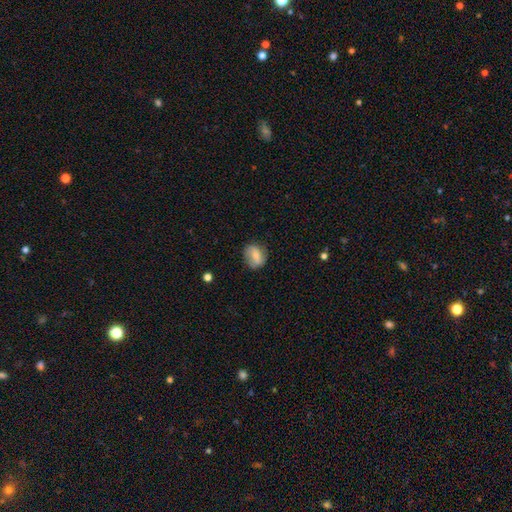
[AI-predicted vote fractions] Smooth or featured?
  - smooth: 66% *
  - featured or disk: 26%
  - star or artifact: 8%
How rounded?
  - round: 52% *
  - in between: 46%
  - cigar-shaped: 2%
Merging?
  - none: 73% *
  - minor disturbance: 20%
  - major disturbance: 6%
  - merger: 1%